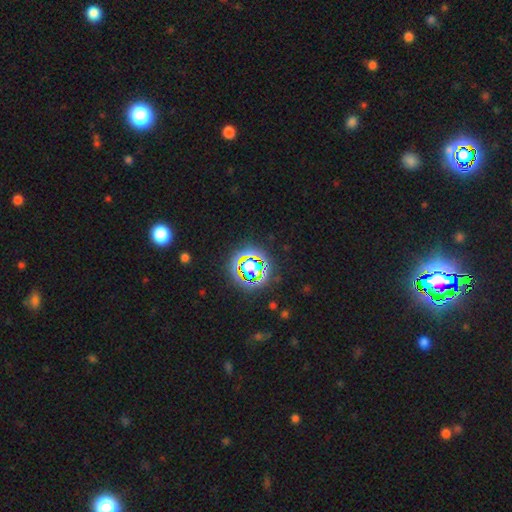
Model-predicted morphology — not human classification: This is likely a star or artifact rather than a galaxy (73%).